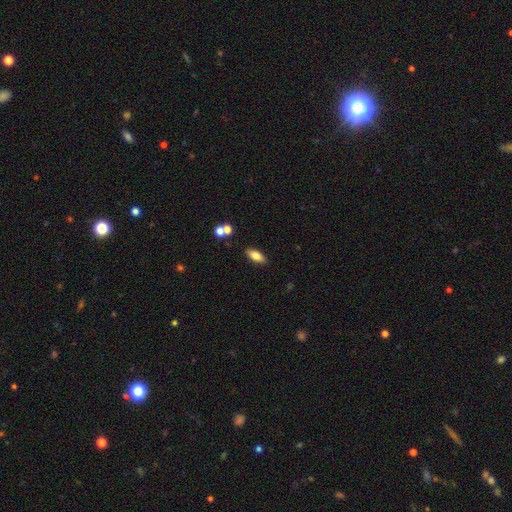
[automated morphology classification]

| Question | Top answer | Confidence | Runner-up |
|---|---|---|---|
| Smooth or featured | smooth | 76% | featured or disk (16%) |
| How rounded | in between | 80% | cigar-shaped (18%) |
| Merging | none | 85% | minor disturbance (9%) |